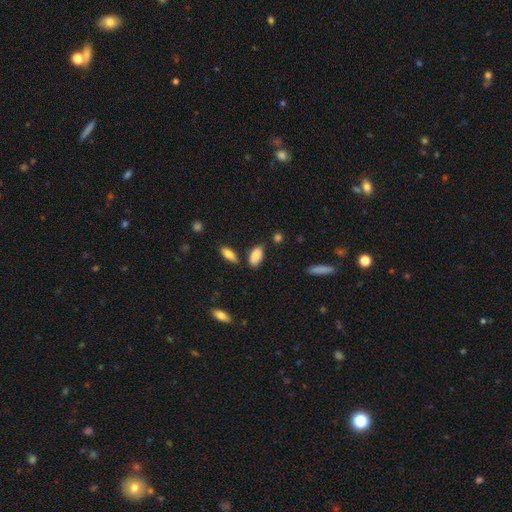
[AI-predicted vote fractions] Smooth or featured? Predicted: smooth (p=0.82). How rounded? Predicted: in between (p=0.90). Merging? Predicted: none (p=0.72).